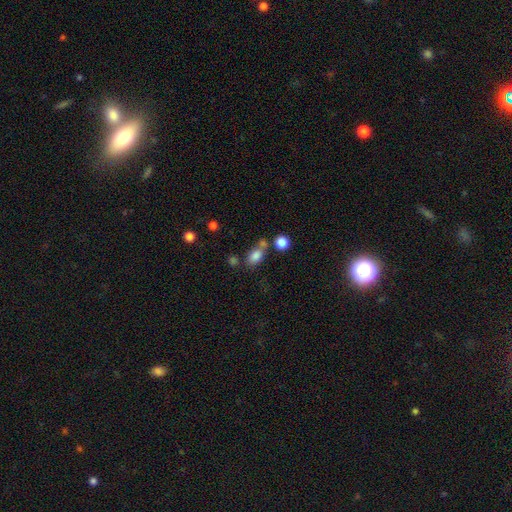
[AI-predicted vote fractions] Smooth or featured: smooth — 82% (star or artifact — 11%)
How rounded: in between — 80% (round — 18%)
Merging: none — 54% (merger — 24%)